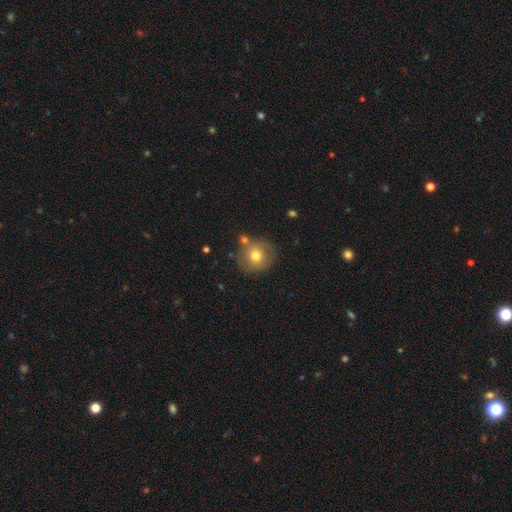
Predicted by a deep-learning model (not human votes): A smooth galaxy with no disk features (72%) that is round (89%).

Vote fractions:
- Smooth or featured? smooth: 72% / featured or disk: 18% / star or artifact: 10%
- How rounded? round: 89% / in between: 10% / cigar-shaped: 1%
- Merging? none: 72% / minor disturbance: 14% / merger: 9% / major disturbance: 4%